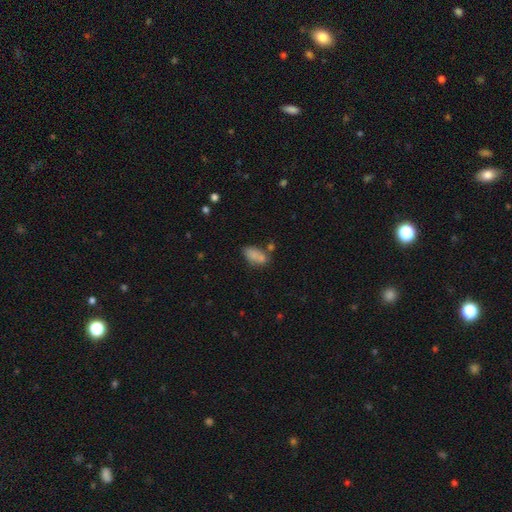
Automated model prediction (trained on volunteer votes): A smooth galaxy with no disk features (78%) that is in between round and cigar-shaped (90%).

Vote fractions:
- Smooth or featured? smooth: 78% / featured or disk: 13% / star or artifact: 9%
- How rounded? in between: 90% / round: 5% / cigar-shaped: 5%
- Merging? none: 51% / merger: 22% / minor disturbance: 20% / major disturbance: 7%